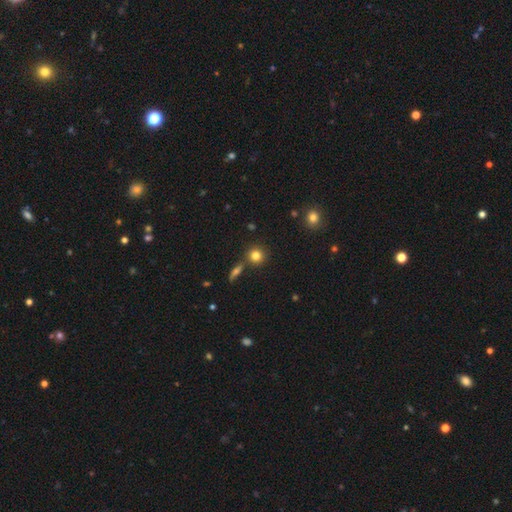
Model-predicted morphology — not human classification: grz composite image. It shows a smooth galaxy with no disk features (80%) that is round (89%). Merging: none (76%).